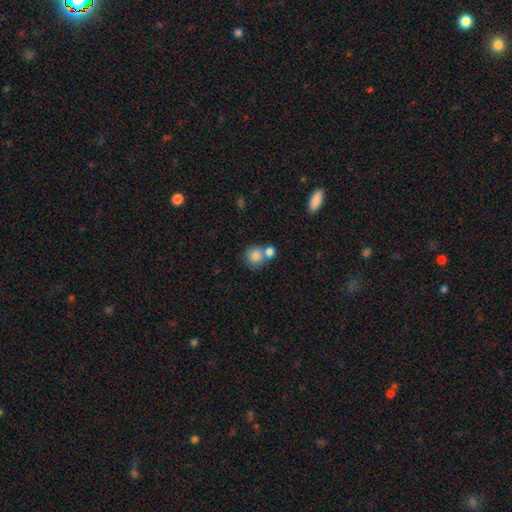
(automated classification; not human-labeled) Smooth or featured?
  - smooth: 83% *
  - featured or disk: 9%
  - star or artifact: 8%
How rounded?
  - round: 85% *
  - in between: 14%
  - cigar-shaped: 1%
Merging?
  - none: 45% *
  - merger: 42%
  - minor disturbance: 10%
  - major disturbance: 4%